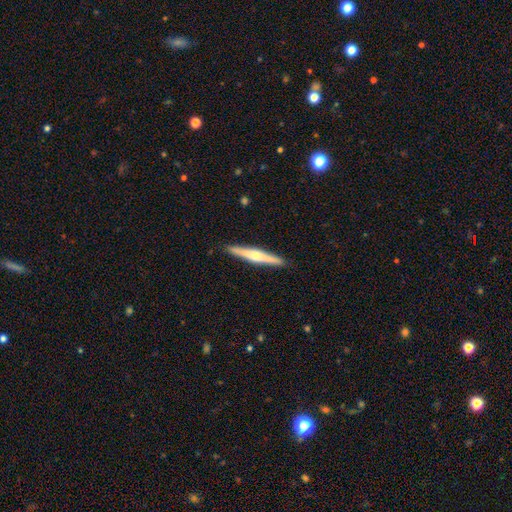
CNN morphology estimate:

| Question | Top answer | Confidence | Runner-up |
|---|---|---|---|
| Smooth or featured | featured or disk | 64% | smooth (31%) |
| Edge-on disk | yes | 97% | no (3%) |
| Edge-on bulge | rounded | 85% | none (9%) |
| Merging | none | 91% | minor disturbance (6%) |